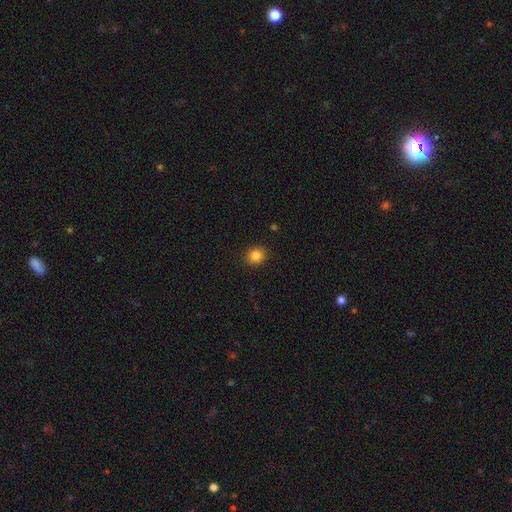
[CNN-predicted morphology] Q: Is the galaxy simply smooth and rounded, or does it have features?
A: smooth — 84%.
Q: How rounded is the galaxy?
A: round — 76%.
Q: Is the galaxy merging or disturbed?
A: none — 91%.